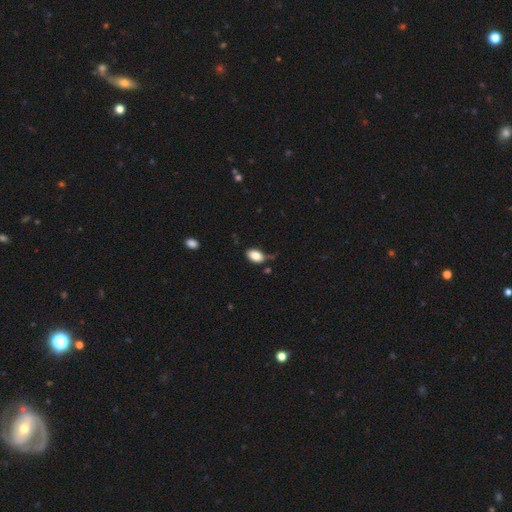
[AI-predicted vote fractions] Smooth or featured? smooth (84%)
How rounded? in between (88%)
Merging? none (56%)